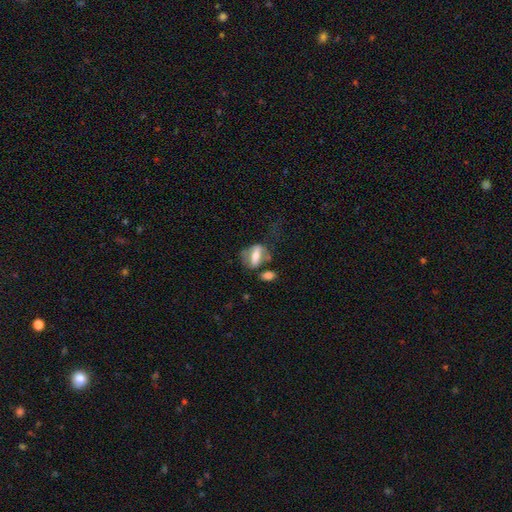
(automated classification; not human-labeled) smooth-or-featured: smooth: 48% | featured or disk: 44% | star or artifact: 8%
  merging: none: 40% | major disturbance: 22% | merger: 19% | minor disturbance: 19%